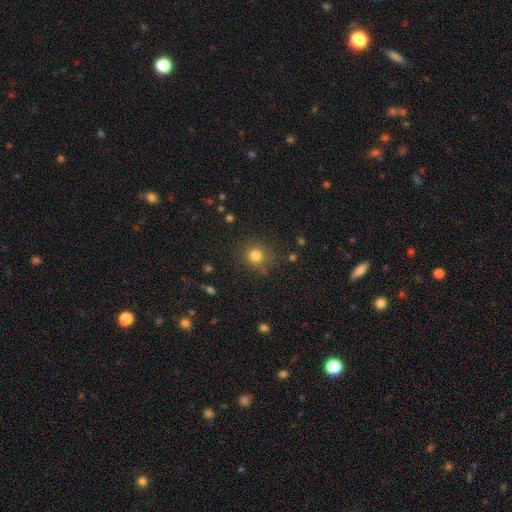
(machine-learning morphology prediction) Overall: smooth (80%). How rounded: round (89%). Merging: none (82%).